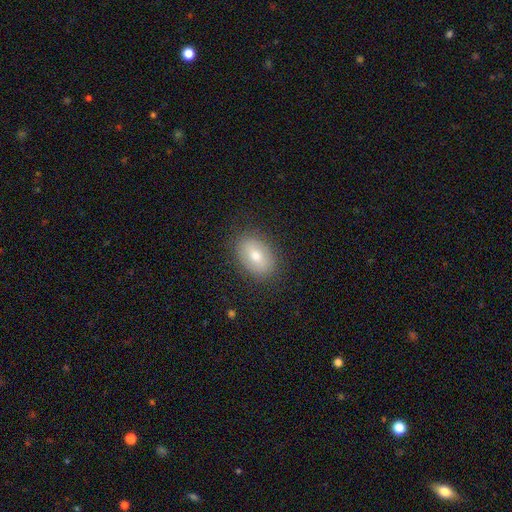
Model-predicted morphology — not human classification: Smooth or featured: smooth — 69% (featured or disk — 23%)
How rounded: in between — 84% (round — 15%)
Merging: none — 85% (minor disturbance — 11%)